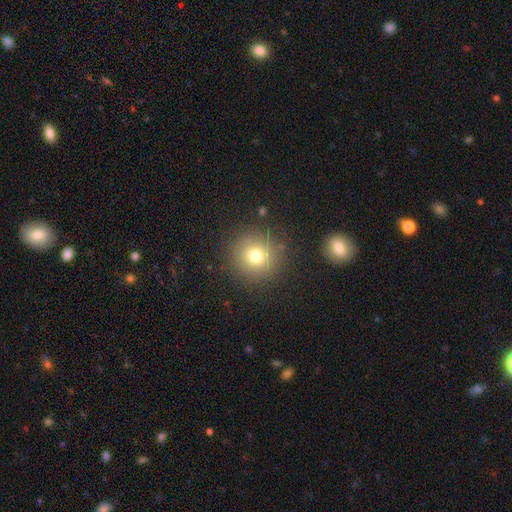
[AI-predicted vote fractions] Morphology: type=smooth (74%); roundness=round (94%); merging=none (87%).